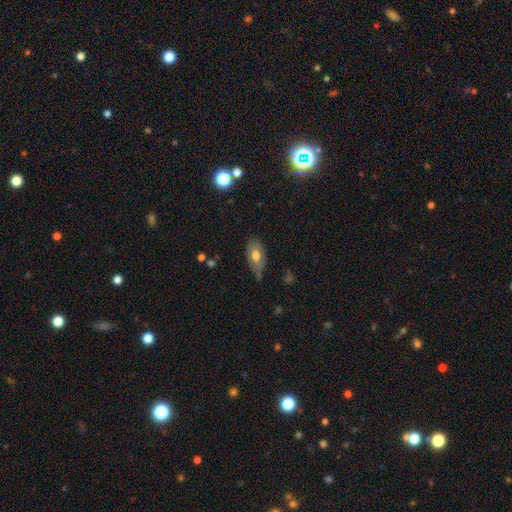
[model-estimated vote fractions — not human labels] Morphology: type=smooth (63%); roundness=in between (92%); merging=none (60%).